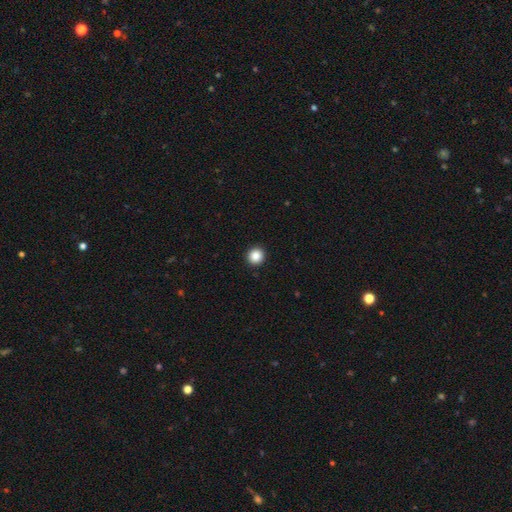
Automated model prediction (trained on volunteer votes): This appears to be a smooth galaxy with no disk features (87%) that is round (94%). Merging: none (94%).